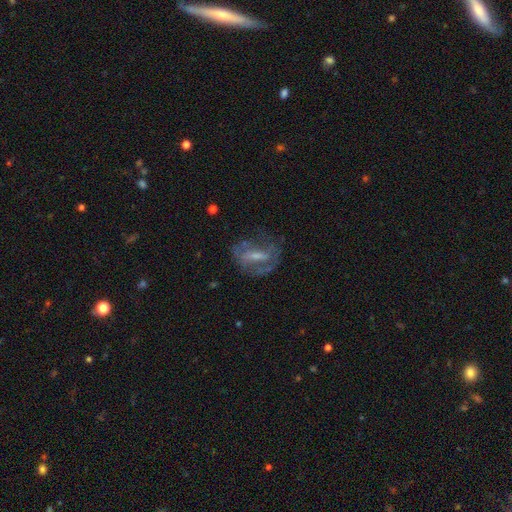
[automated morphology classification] Smooth or featured: featured or disk — 69% (smooth — 21%)
Edge-on disk: no — 92% (yes — 8%)
Bar: weak — 42% (strong — 33%)
Spiral arms: yes — 67% (no — 33%)
Bulge size: small — 43% (moderate — 32%)
Merging: none — 54% (major disturbance — 23%)